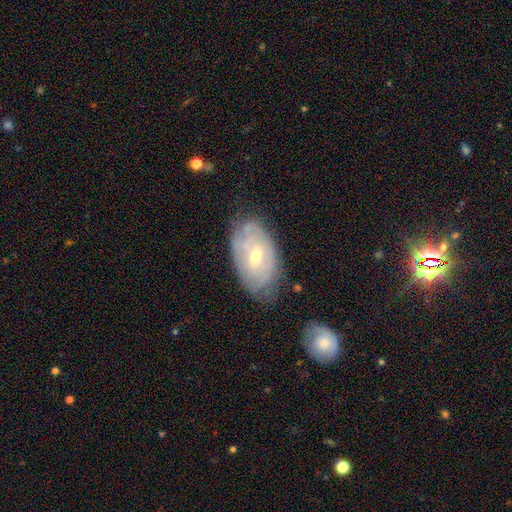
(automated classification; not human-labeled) Smooth or featured: featured or disk — 69% (smooth — 25%)
Edge-on disk: no — 93% (yes — 7%)
Bar: weak — 45% (no — 44%)
Spiral arms: yes — 73% (no — 27%)
Bulge size: small — 49% (moderate — 48%)
Merging: none — 67% (minor disturbance — 23%)